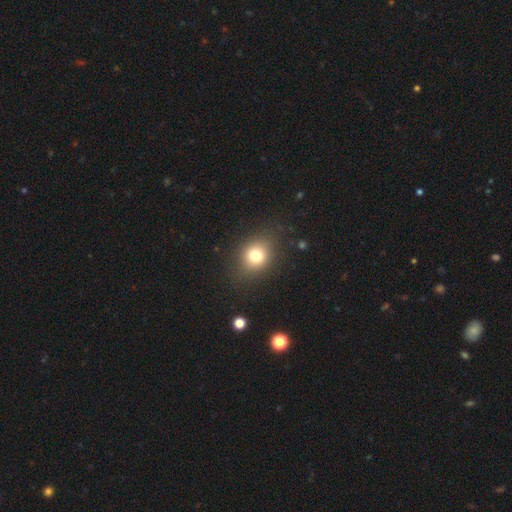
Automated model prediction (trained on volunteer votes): The model was most divided on "how rounded": round: 64%, in between: 35%, cigar-shaped: 1%. More confident: merging — none (83%); smooth or featured — smooth (77%).